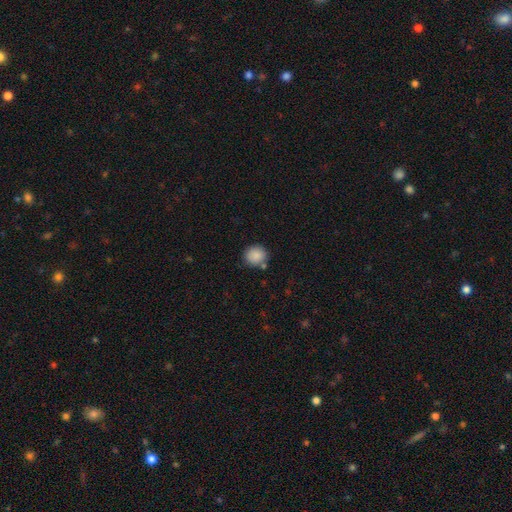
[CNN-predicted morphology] Smooth or featured?
  - smooth: 88% *
  - star or artifact: 8%
  - featured or disk: 4%
How rounded?
  - round: 85% *
  - in between: 14%
  - cigar-shaped: 1%
Merging?
  - none: 79% *
  - minor disturbance: 11%
  - merger: 7%
  - major disturbance: 3%